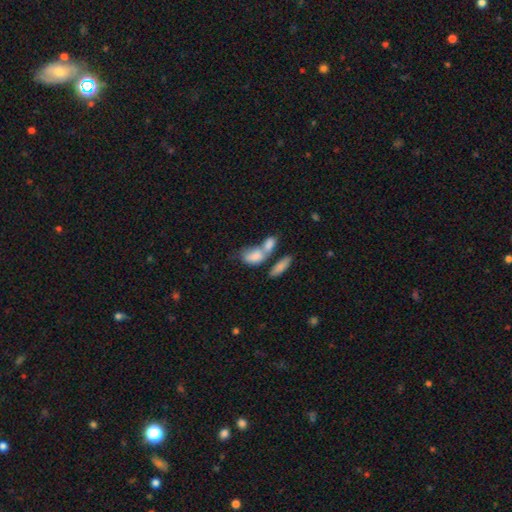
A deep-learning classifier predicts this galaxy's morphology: This is likely a smooth galaxy (78%). How rounded: clearly in between (85%). Merging: possibly merger (58%).